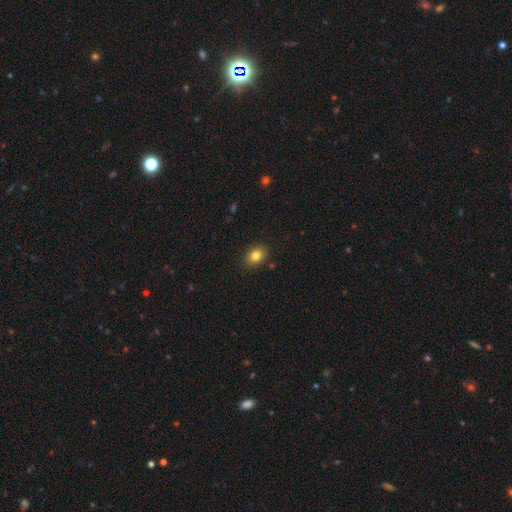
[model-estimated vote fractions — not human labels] Morphology: type=smooth (83%); roundness=in between (66%); merging=none (88%).